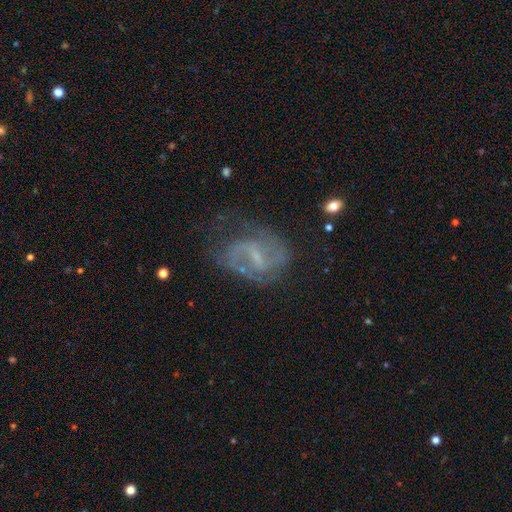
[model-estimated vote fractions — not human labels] smooth-or-featured: featured or disk: 80% | smooth: 12% | star or artifact: 8%
  disk-edge-on: no: 97% | yes: 3%
    bar: weak: 56% | strong: 24% | no: 20%
    has-spiral-arms: yes: 89% | no: 11%
      spiral-winding: medium: 49% | loose: 32% | tight: 19%
      spiral-arm-count: 2: 78% | can't tell: 11% | 1: 5% | 3: 3% | 4: 1% | more than 4: 1%
    bulge-size: small: 56% | none: 26% | moderate: 16% | large: 1% | dominant: 1%
  merging: none: 57% | minor disturbance: 22% | major disturbance: 17% | merger: 3%